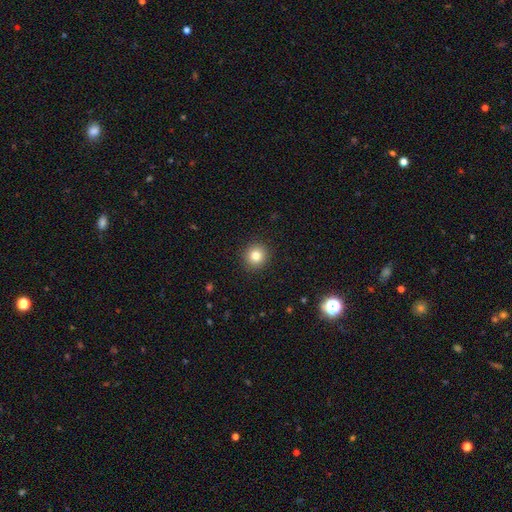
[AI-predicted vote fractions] Morphology: type=smooth (81%); roundness=round (91%); merging=none (92%).